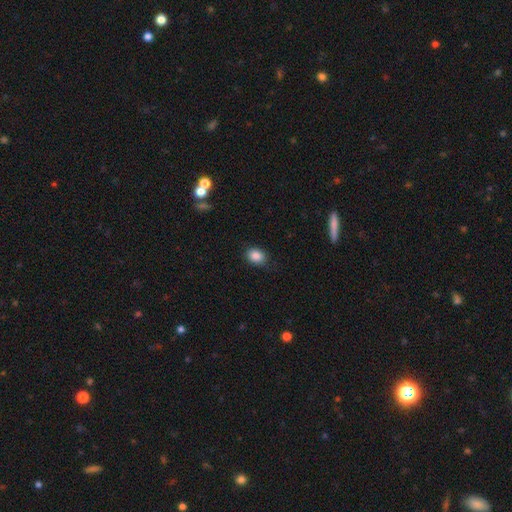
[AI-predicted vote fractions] smooth 86%, star or artifact 9%, featured or disk 5%. Down the decision tree: how rounded — in between (58%); merging — none (86%).